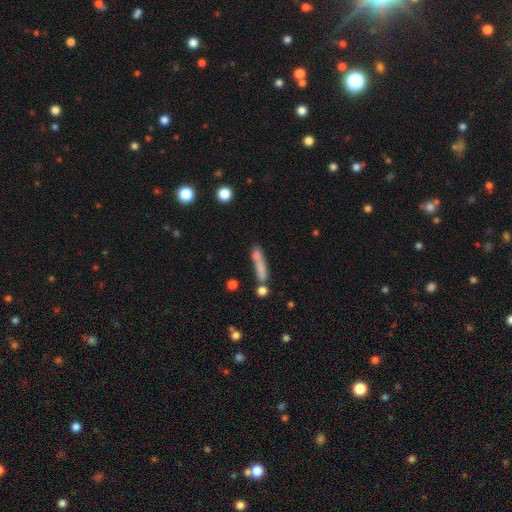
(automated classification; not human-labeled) smooth-or-featured: smooth: 67% | featured or disk: 21% | star or artifact: 12%
  how-rounded: cigar-shaped: 80% | in between: 15% | round: 5%
  merging: none: 53% | merger: 22% | minor disturbance: 17% | major disturbance: 9%